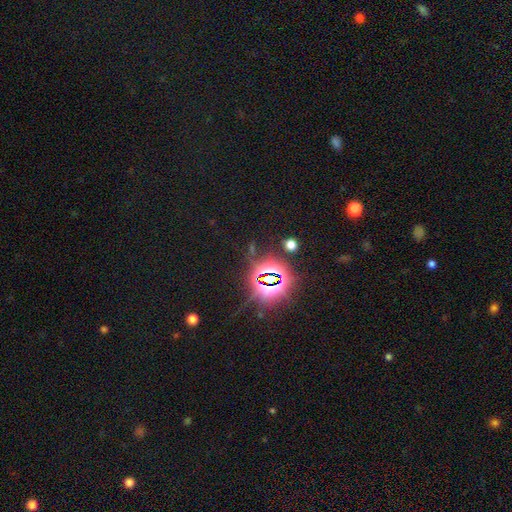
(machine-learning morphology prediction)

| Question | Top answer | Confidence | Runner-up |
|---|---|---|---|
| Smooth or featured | star or artifact | 81% | smooth (11%) |